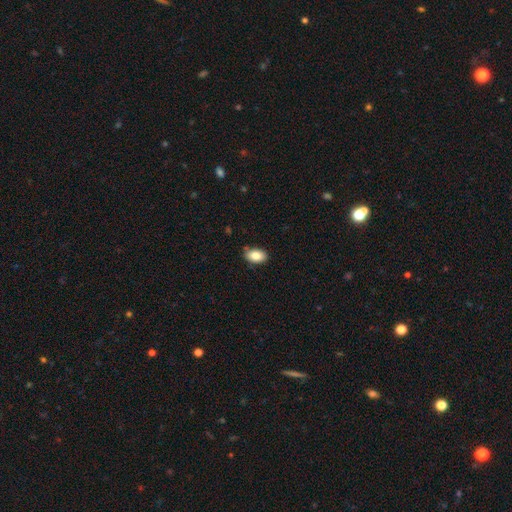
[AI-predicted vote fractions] Morphology: type=smooth (86%); roundness=in between (90%); merging=none (84%).